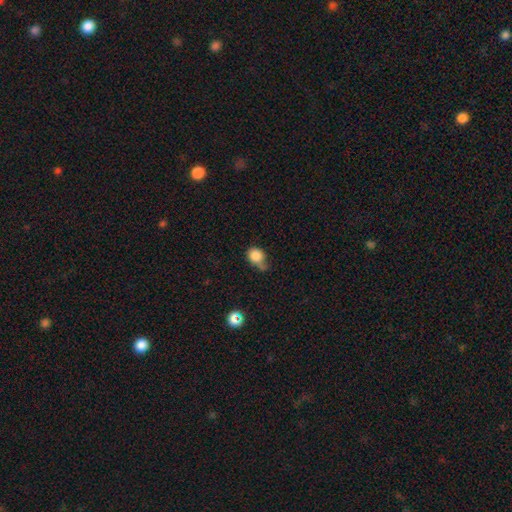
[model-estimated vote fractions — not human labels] Morphology: type=smooth (83%); roundness=round (64%); merging=minor disturbance (39%).